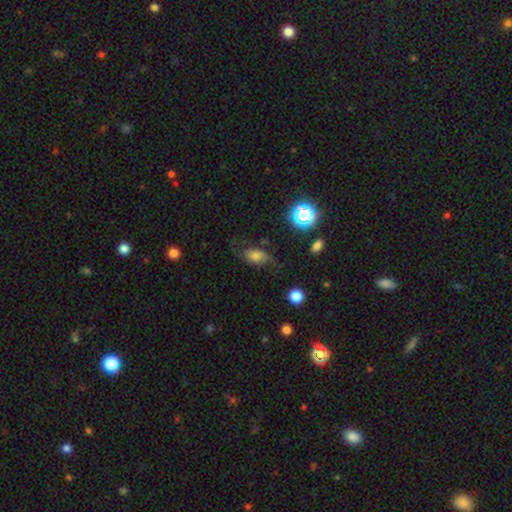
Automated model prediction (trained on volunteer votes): This is possibly a smooth galaxy (60%). How rounded: clearly in between (83%). Merging: possibly none (56%).